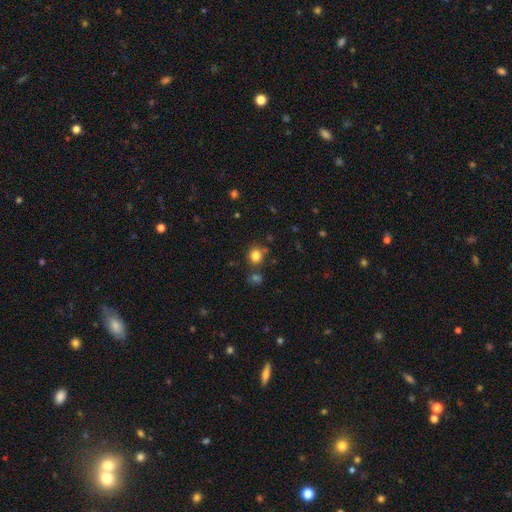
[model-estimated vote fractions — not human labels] Smooth or featured: smooth — 81% (star or artifact — 13%)
How rounded: round — 80% (in between — 19%)
Merging: none — 73% (minor disturbance — 12%)